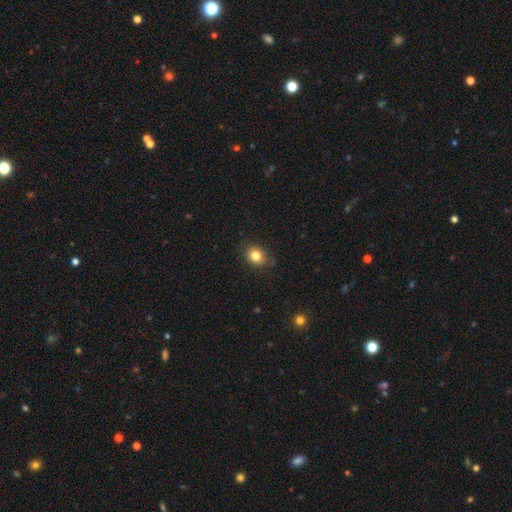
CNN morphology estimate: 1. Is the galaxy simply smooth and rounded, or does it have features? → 82% smooth, 11% star or artifact, 7% featured or disk.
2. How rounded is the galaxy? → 58% round, 41% in between, 1% cigar-shaped.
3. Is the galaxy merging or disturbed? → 83% none, 13% minor disturbance, 3% major disturbance, 1% merger.